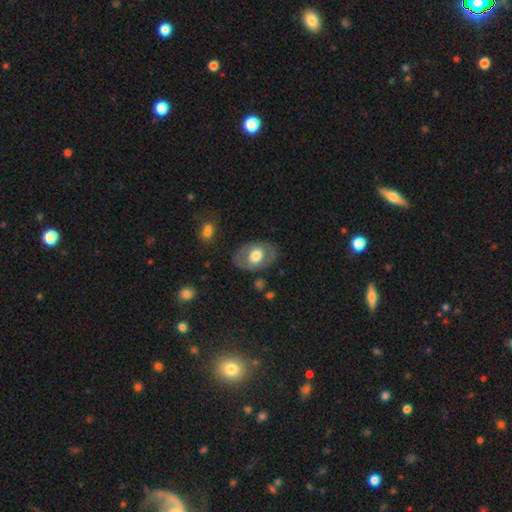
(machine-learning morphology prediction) Smooth or featured?
  - smooth: 53% *
  - featured or disk: 41%
  - star or artifact: 6%
How rounded?
  - in between: 79% *
  - round: 20%
  - cigar-shaped: 1%
Merging?
  - none: 78% *
  - minor disturbance: 14%
  - major disturbance: 6%
  - merger: 2%